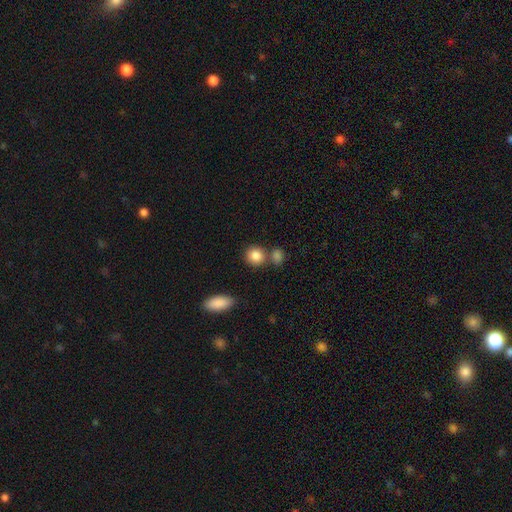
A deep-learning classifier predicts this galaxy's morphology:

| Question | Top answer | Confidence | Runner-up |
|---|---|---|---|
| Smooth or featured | smooth | 85% | star or artifact (9%) |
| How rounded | round | 79% | in between (19%) |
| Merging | none | 65% | merger (22%) |